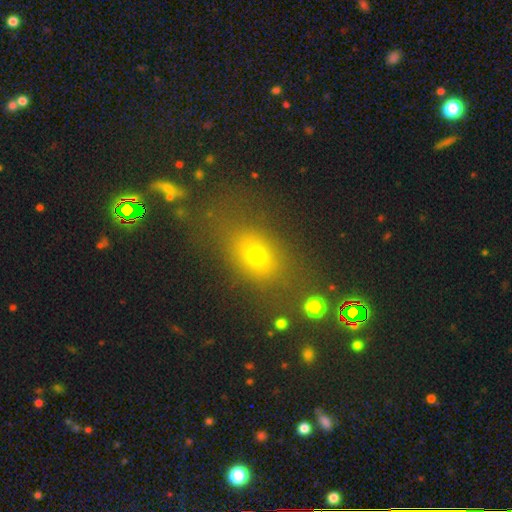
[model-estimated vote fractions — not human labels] Smooth or featured? Predicted: smooth (p=0.65). How rounded? Predicted: in between (p=0.69). Merging? Predicted: none (p=0.67).